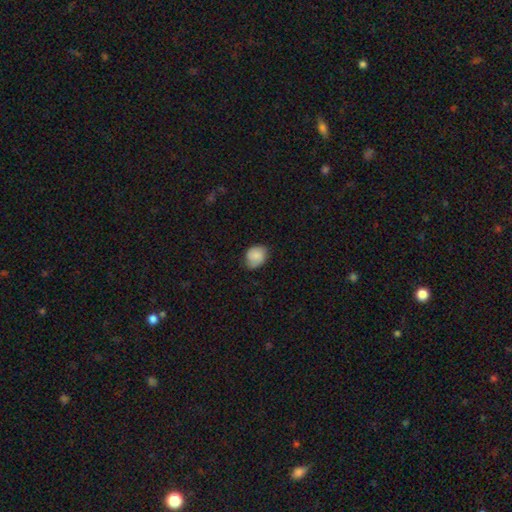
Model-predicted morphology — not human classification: Smooth or featured: smooth — 79% (featured or disk — 13%)
How rounded: round — 54% (in between — 45%)
Merging: none — 68% (minor disturbance — 26%)